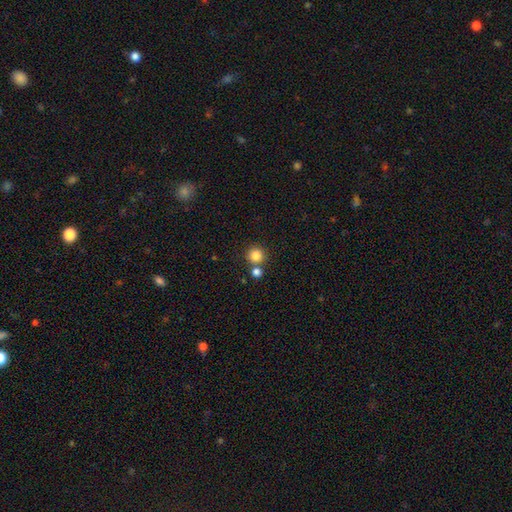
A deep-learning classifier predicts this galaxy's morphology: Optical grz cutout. It shows a smooth galaxy with no disk features (83%) that is round (94%). Merging: none (73%).